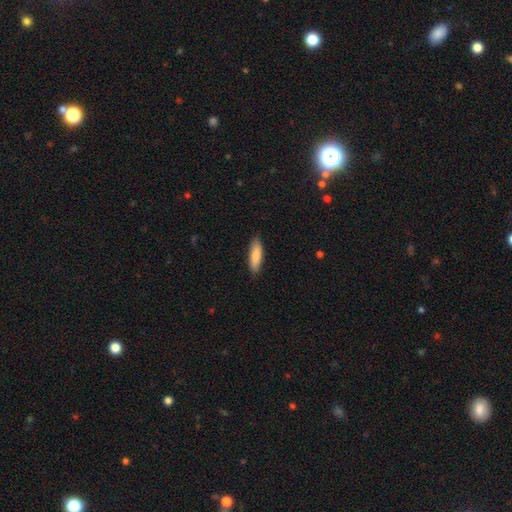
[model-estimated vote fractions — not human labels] Overall: smooth (84%). How rounded: cigar-shaped (54%; in between 45%). Merging: none (88%).